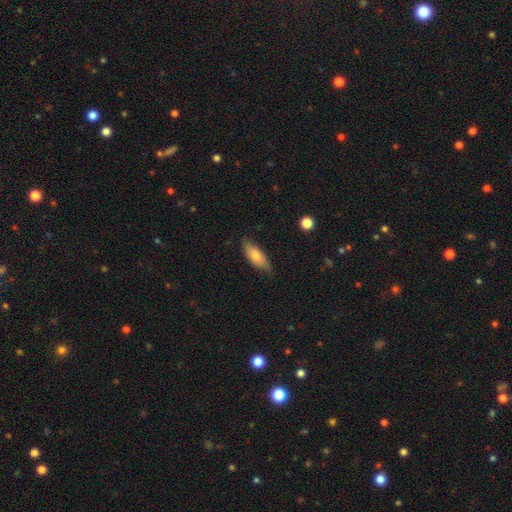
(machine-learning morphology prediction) Smooth or featured?
  - smooth: 74% *
  - featured or disk: 20%
  - star or artifact: 6%
How rounded?
  - in between: 73% *
  - cigar-shaped: 25%
  - round: 2%
Merging?
  - none: 74% *
  - minor disturbance: 21%
  - major disturbance: 3%
  - merger: 1%